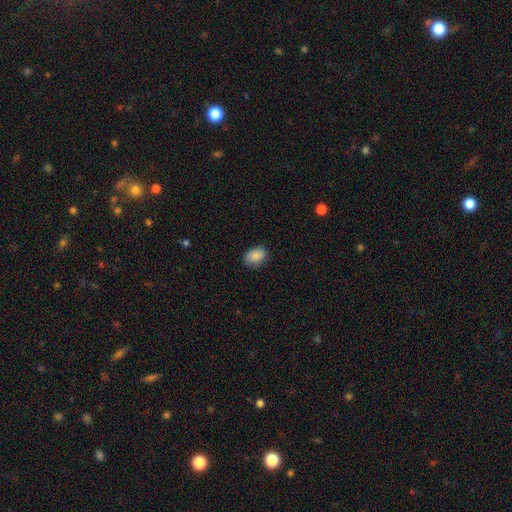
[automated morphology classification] A smooth galaxy with no disk features (87%) that is in between round and cigar-shaped (80%).

Vote fractions:
- Smooth or featured? smooth: 87% / star or artifact: 8% / featured or disk: 6%
- How rounded? in between: 80% / round: 19% / cigar-shaped: 1%
- Merging? none: 82% / minor disturbance: 14% / major disturbance: 3% / merger: 1%